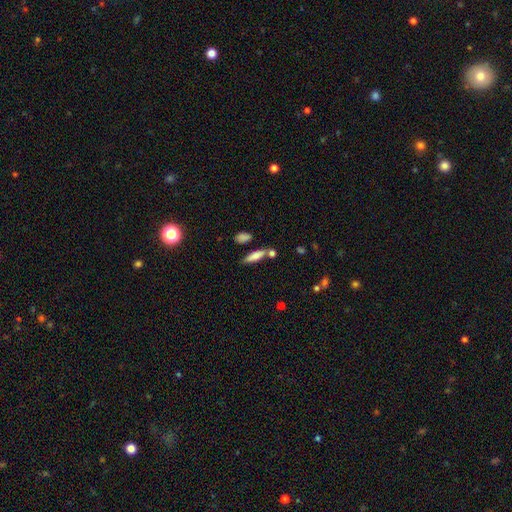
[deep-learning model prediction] This is likely a smooth galaxy (71%). How rounded: likely cigar-shaped (61%). Merging: likely none (66%).